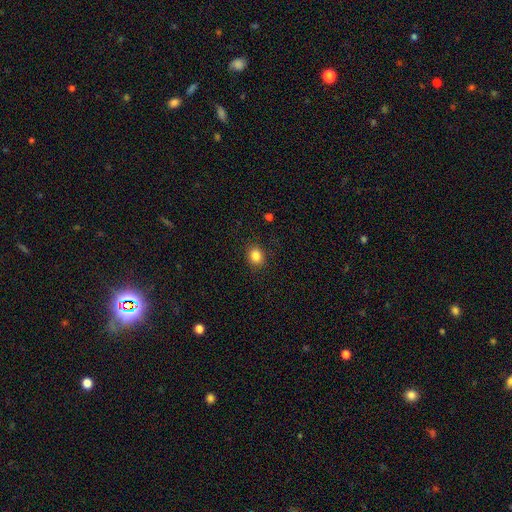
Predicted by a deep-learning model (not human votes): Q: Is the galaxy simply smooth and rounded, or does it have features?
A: smooth — 85%.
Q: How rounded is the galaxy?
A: round — 62%.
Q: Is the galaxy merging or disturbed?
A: none — 88%.